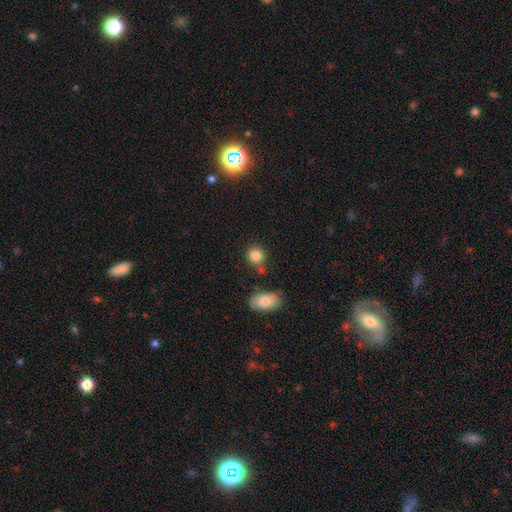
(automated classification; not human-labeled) smooth_or_featured: smooth (p=0.84) [alt: star or artifact p=0.10]
how_rounded: round (p=0.82) [alt: in between p=0.17]
merging: none (p=0.76) [alt: minor disturbance p=0.11]